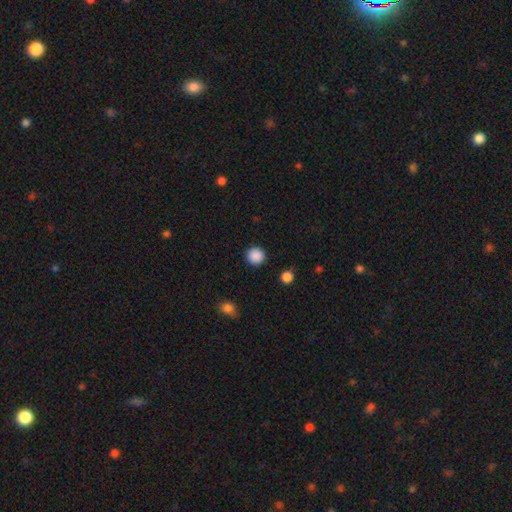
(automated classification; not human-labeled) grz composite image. It shows a smooth galaxy with no disk features (88%) that is round (94%). Merging: none (91%).